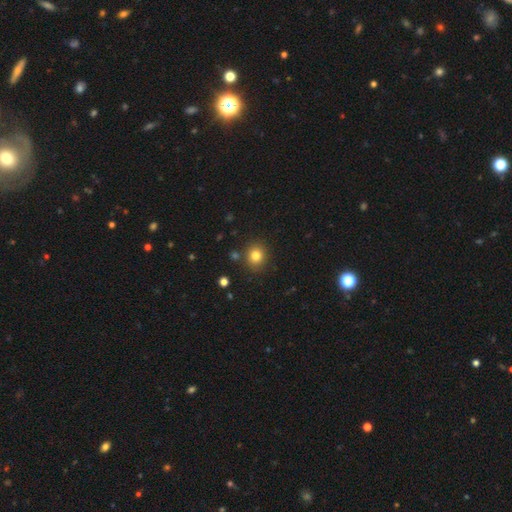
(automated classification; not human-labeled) Smooth or featured?
  - smooth: 82% *
  - star or artifact: 12%
  - featured or disk: 7%
How rounded?
  - round: 79% *
  - in between: 21%
  - cigar-shaped: 1%
Merging?
  - none: 85% *
  - minor disturbance: 9%
  - merger: 4%
  - major disturbance: 3%